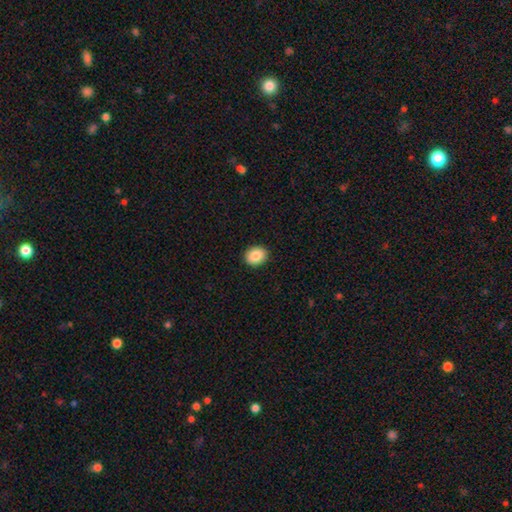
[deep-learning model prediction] This appears to be a smooth galaxy with no disk features (86%) that is round (57%). Merging: none (91%).